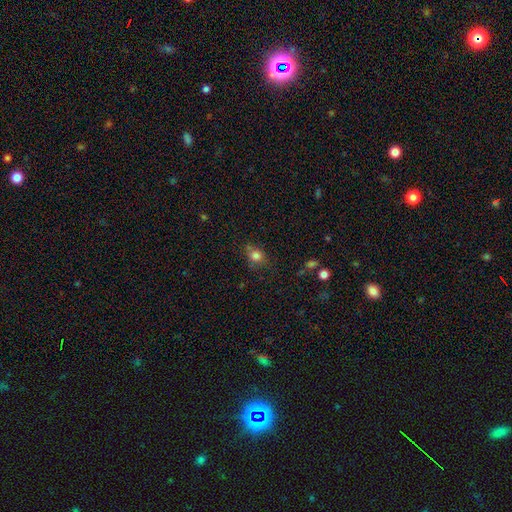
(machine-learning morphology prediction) A smooth galaxy with no disk features (80%) that is round (58%). Merging: none (67%).